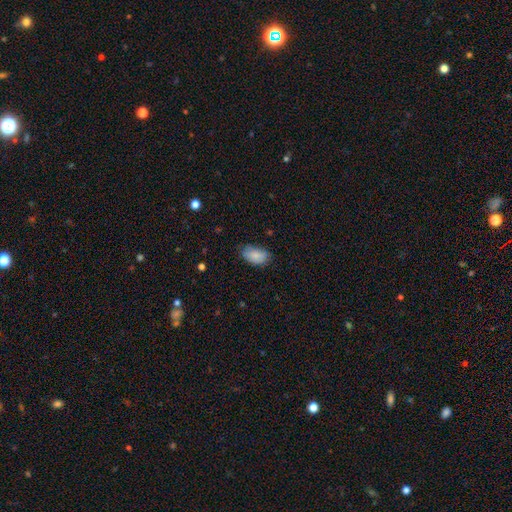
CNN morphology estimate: Q: Smooth or featured?
A: smooth (83%); runner-up: featured or disk (10%)
Q: How rounded?
A: in between (92%); runner-up: round (6%)
Q: Merging?
A: none (72%); runner-up: minor disturbance (23%)